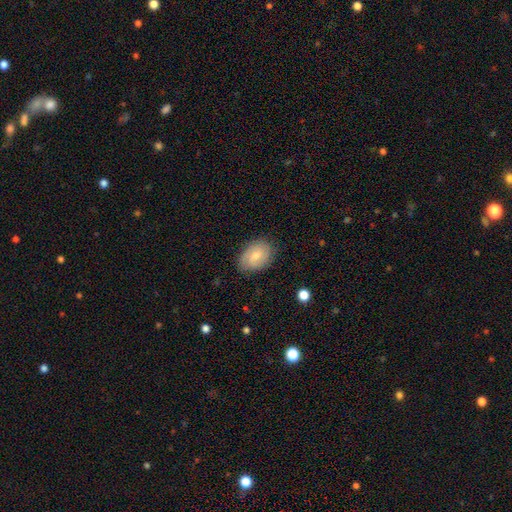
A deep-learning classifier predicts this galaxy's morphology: A smooth galaxy with no disk features (58%) that is in between round and cigar-shaped (76%). Merging: none (82%).